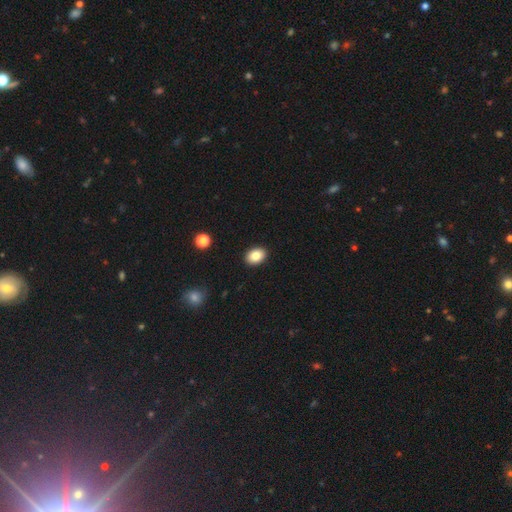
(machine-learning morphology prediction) Smooth or featured?
  - smooth: 85% *
  - star or artifact: 9%
  - featured or disk: 7%
How rounded?
  - in between: 76% *
  - round: 23%
  - cigar-shaped: 1%
Merging?
  - none: 90% *
  - minor disturbance: 7%
  - major disturbance: 2%
  - merger: 1%